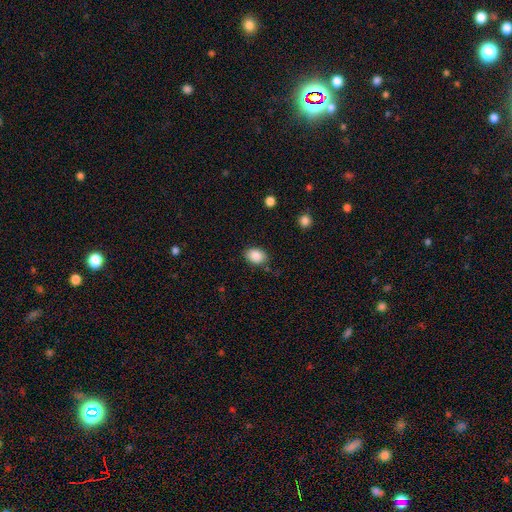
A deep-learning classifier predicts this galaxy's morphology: smooth-or-featured: smooth: 87% | star or artifact: 8% | featured or disk: 5%
  how-rounded: in between: 74% | round: 25% | cigar-shaped: 1%
  merging: none: 81% | minor disturbance: 14% | major disturbance: 3% | merger: 2%